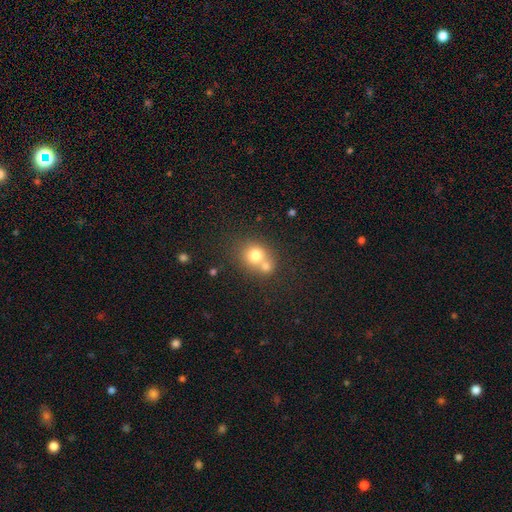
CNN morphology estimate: A smooth galaxy with no disk features (74%) that is round (77%).

Vote fractions:
- Smooth or featured? smooth: 74% / featured or disk: 15% / star or artifact: 11%
- How rounded? round: 77% / in between: 22% / cigar-shaped: 1%
- Merging? merger: 52% / none: 38% / minor disturbance: 7% / major disturbance: 3%